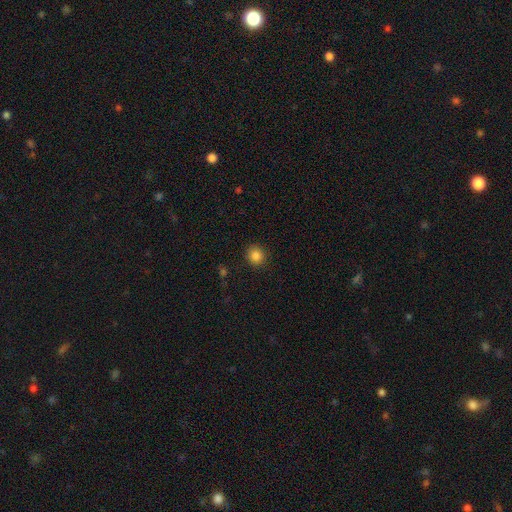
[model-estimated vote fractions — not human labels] This appears to be a smooth galaxy with no disk features (85%) that is round (85%). Merging: none (90%).